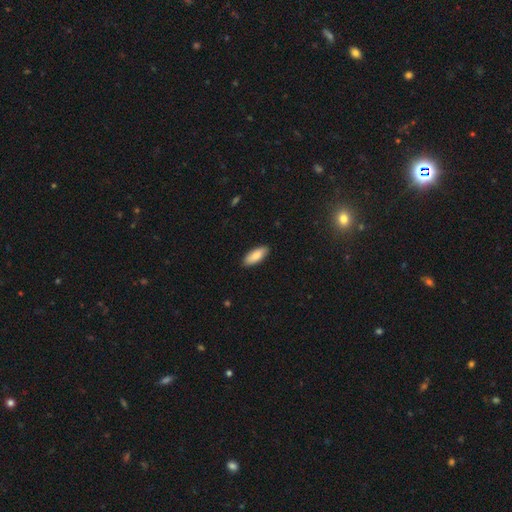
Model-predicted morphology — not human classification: Smooth or featured: smooth — 87% (featured or disk — 8%)
How rounded: in between — 76% (cigar-shaped — 22%)
Merging: none — 88% (minor disturbance — 9%)